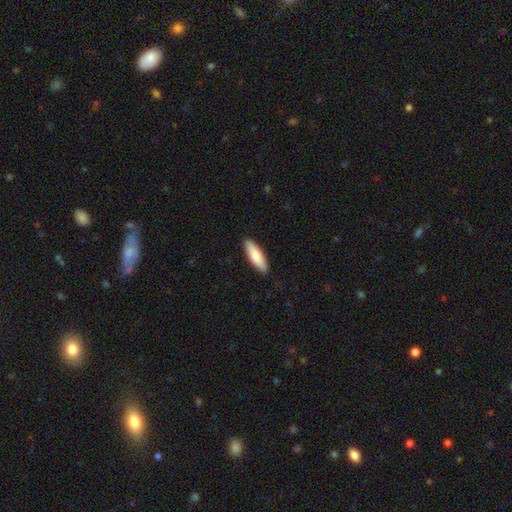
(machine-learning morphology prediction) This is clearly a smooth galaxy (84%). How rounded: possibly in between (50%). Merging: clearly none (89%).